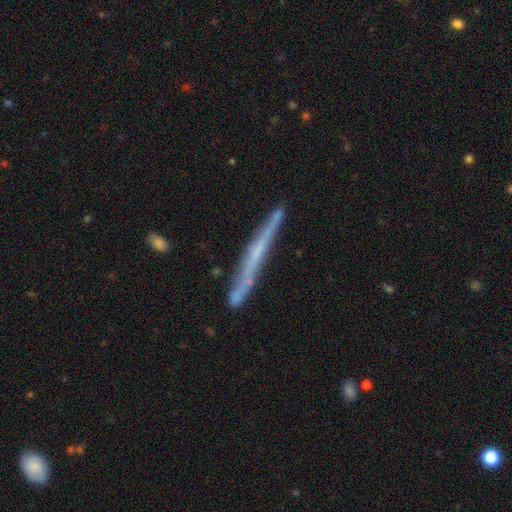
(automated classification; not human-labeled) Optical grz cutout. It shows a featured or disk galaxy (63%) viewed edge-on (95%) with no central bulge (71%). Merging: none (80%).